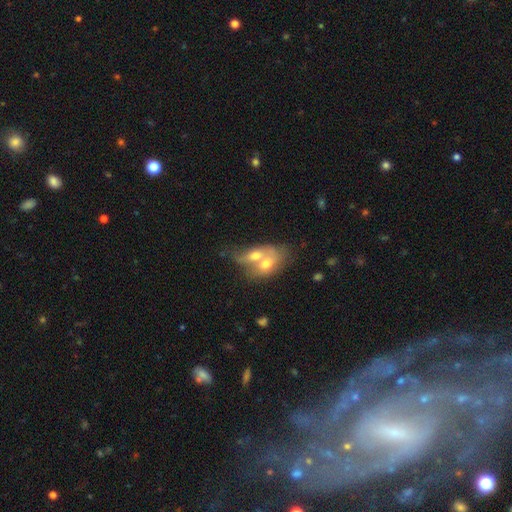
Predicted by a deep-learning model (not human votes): This appears to be a smooth galaxy with no disk features (58%) that is in between round and cigar-shaped (77%). Merging: merger (78%).